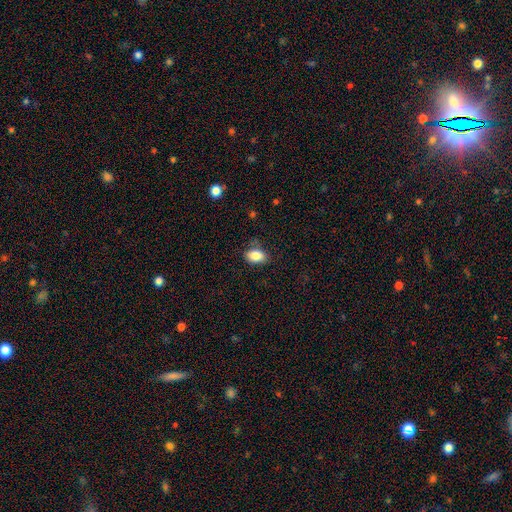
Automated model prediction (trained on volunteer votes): smooth_or_featured: smooth (p=0.85) [alt: star or artifact p=0.08]
how_rounded: in between (p=0.86) [alt: round p=0.13]
merging: none (p=0.76) [alt: minor disturbance p=0.18]